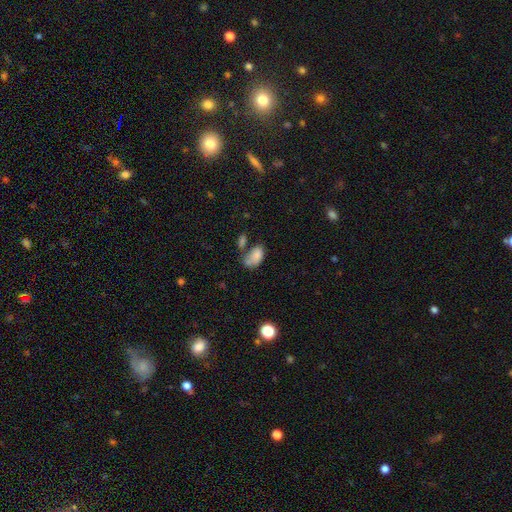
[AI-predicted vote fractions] smooth-or-featured: smooth: 78% | featured or disk: 12% | star or artifact: 10%
  how-rounded: in between: 91% | round: 8% | cigar-shaped: 2%
  merging: none: 31% | merger: 30% | minor disturbance: 22% | major disturbance: 17%